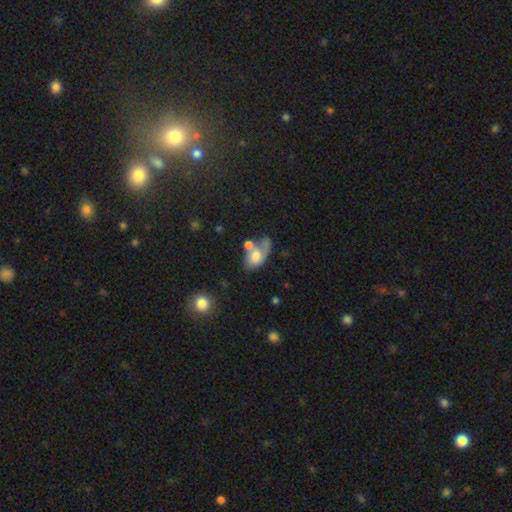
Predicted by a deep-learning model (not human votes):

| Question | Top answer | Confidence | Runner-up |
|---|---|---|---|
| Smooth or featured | smooth | 60% | featured or disk (30%) |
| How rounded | in between | 86% | round (12%) |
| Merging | merger | 33% | none (27%) |